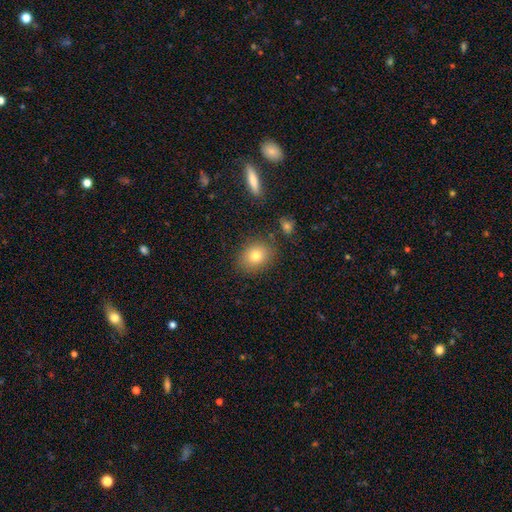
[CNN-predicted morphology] Smooth or featured: smooth — 78% (star or artifact — 11%)
How rounded: round — 54% (in between — 44%)
Merging: none — 84% (minor disturbance — 10%)